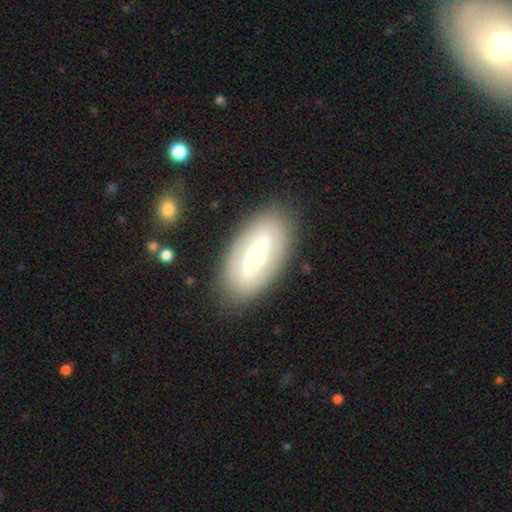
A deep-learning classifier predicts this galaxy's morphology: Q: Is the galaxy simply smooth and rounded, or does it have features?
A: featured or disk — 62%.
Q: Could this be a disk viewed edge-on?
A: no — 86%.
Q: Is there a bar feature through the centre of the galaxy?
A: strong — 50%.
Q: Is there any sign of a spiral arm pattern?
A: no — 52%.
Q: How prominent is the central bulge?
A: small — 47%.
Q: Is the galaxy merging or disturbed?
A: none — 85%.